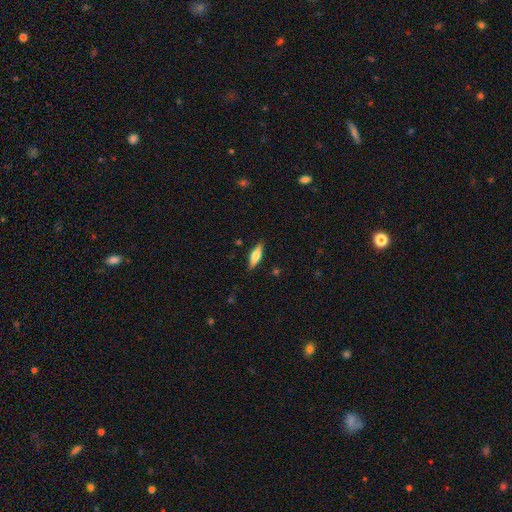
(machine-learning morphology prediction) The model was most divided on "how rounded": cigar-shaped: 52%, in between: 45%, round: 2%. More confident: merging — none (86%); smooth or featured — smooth (61%).